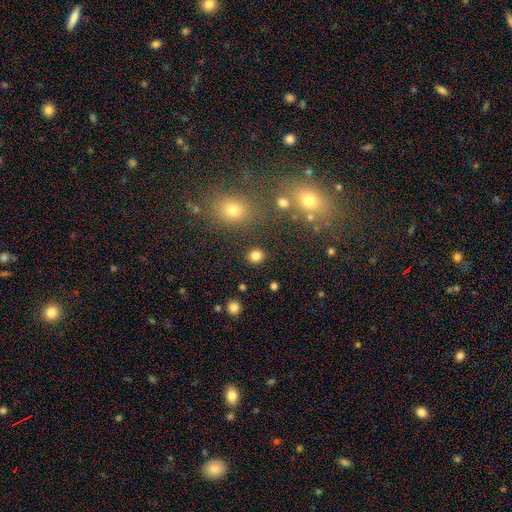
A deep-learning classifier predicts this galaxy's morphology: Smooth or featured? smooth (81%)
How rounded? round (80%)
Merging? none (88%)